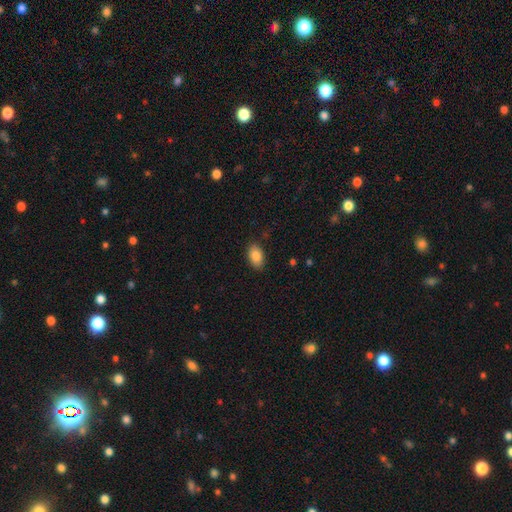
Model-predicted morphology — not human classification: Smooth or featured? smooth (87%)
How rounded? in between (90%)
Merging? none (86%)